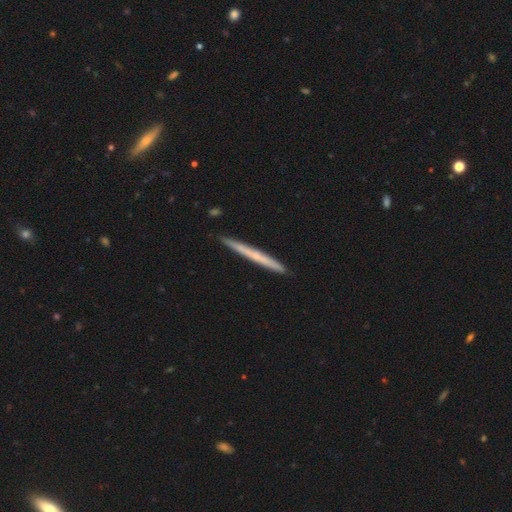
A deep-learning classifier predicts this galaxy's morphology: Overall: featured or disk (49%; smooth 45%). Merging: none (90%).